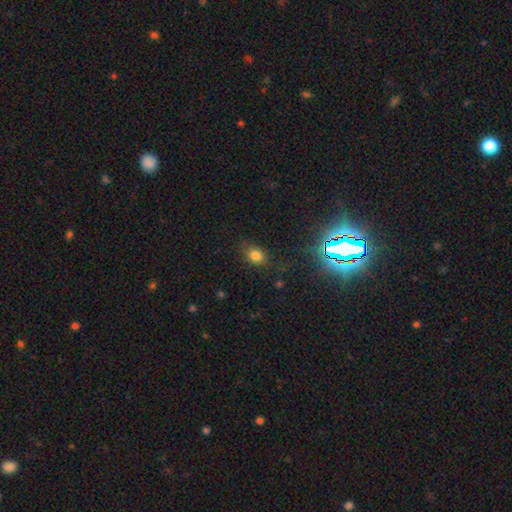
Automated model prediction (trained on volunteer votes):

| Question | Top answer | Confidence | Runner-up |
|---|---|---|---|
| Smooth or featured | smooth | 74% | star or artifact (18%) |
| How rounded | in between | 62% | round (36%) |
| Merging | none | 76% | minor disturbance (17%) |